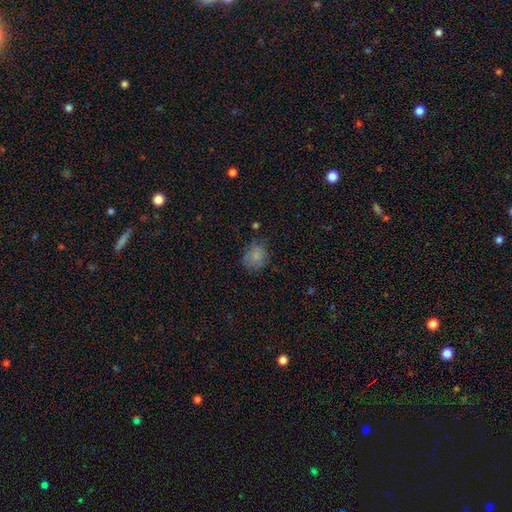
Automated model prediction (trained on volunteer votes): Smooth or featured?
  - smooth: 80% *
  - star or artifact: 11%
  - featured or disk: 9%
How rounded?
  - round: 66% *
  - in between: 33%
  - cigar-shaped: 1%
Merging?
  - none: 67% *
  - minor disturbance: 24%
  - major disturbance: 7%
  - merger: 2%